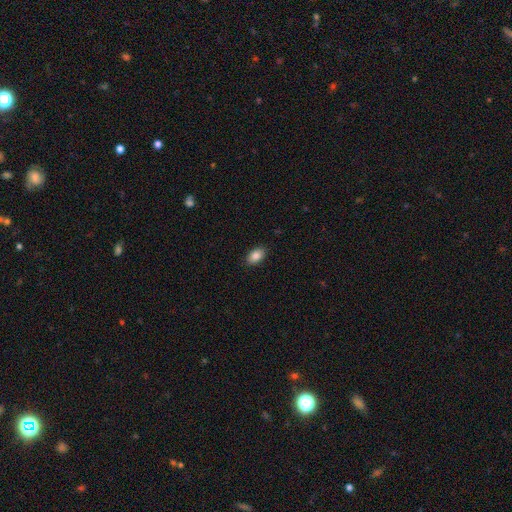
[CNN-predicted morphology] Smooth or featured?
  - smooth: 87% *
  - star or artifact: 8%
  - featured or disk: 6%
How rounded?
  - in between: 91% *
  - round: 7%
  - cigar-shaped: 2%
Merging?
  - none: 88% *
  - minor disturbance: 9%
  - major disturbance: 2%
  - merger: 1%